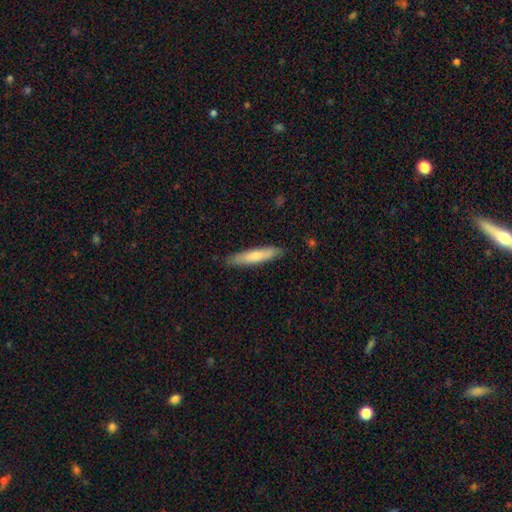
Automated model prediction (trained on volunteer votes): A smooth galaxy with no disk features (72%) that is cigar-shaped (87%). Merging: none (86%).